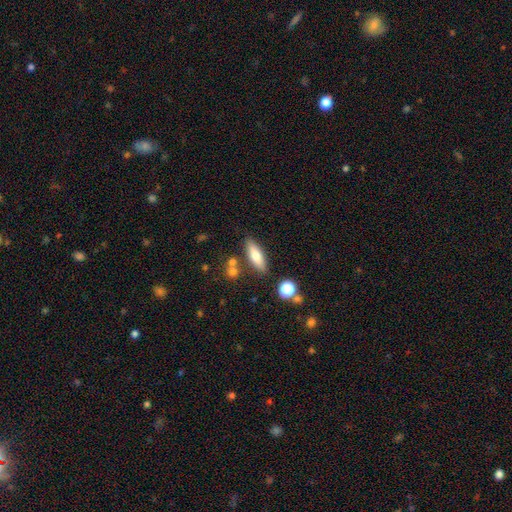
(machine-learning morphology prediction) Q: Smooth or featured?
A: smooth (70%); runner-up: featured or disk (23%)
Q: How rounded?
A: in between (53%); runner-up: cigar-shaped (45%)
Q: Merging?
A: none (77%); runner-up: minor disturbance (12%)